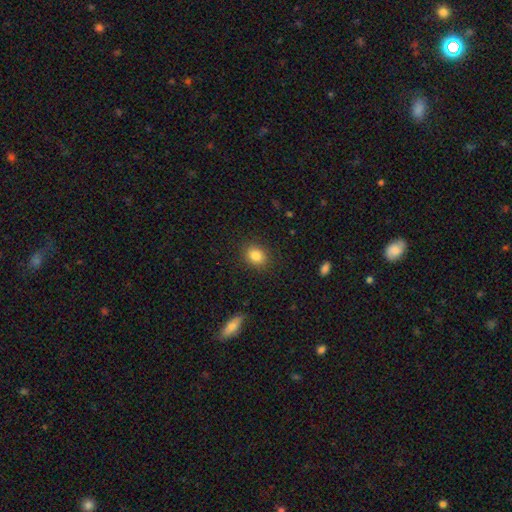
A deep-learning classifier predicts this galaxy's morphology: smooth 84%, star or artifact 10%, featured or disk 6%. Down the decision tree: how rounded — round (57%); merging — none (88%).